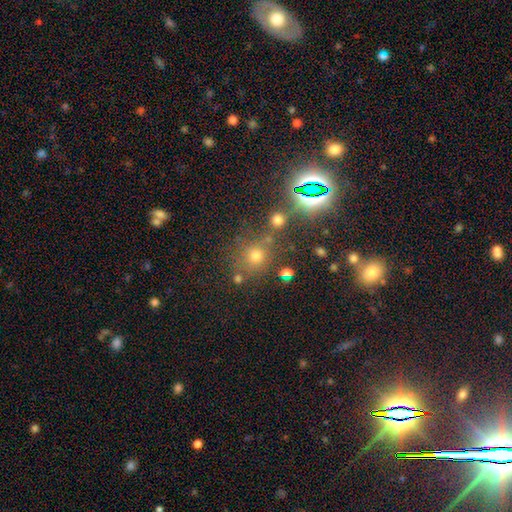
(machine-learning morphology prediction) smooth 59%, star or artifact 32%, featured or disk 10%. Down the decision tree: how rounded — round (86%); merging — none (70%).